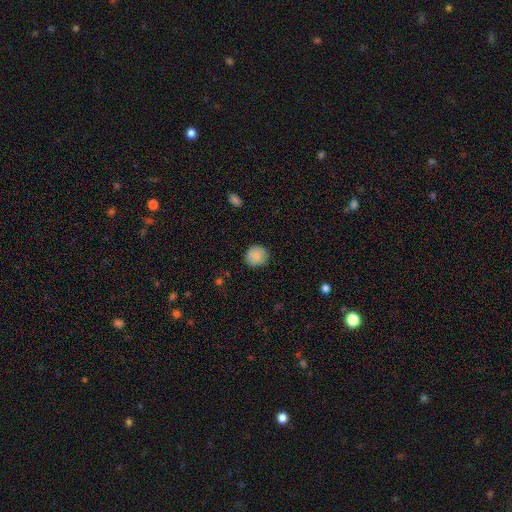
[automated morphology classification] This appears to be a smooth galaxy with no disk features (87%) that is round (88%). Merging: none (85%).